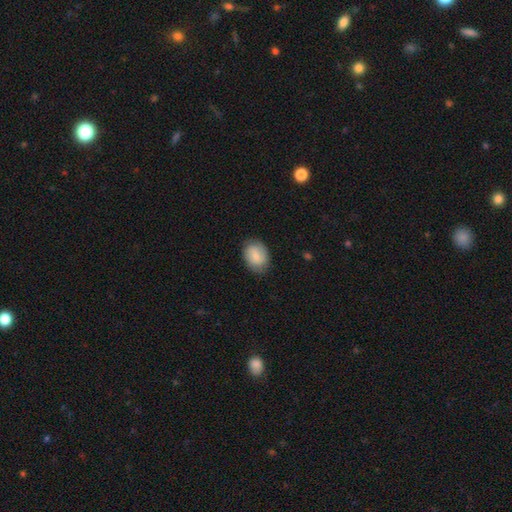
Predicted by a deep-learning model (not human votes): This is likely a smooth galaxy (75%). How rounded: likely in between (68%). Merging: clearly none (82%).